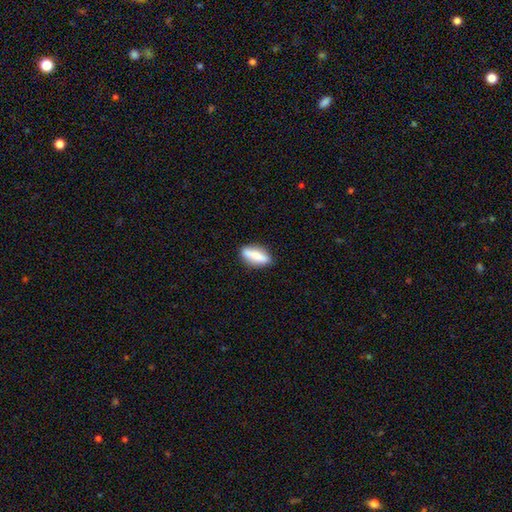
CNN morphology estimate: Smooth or featured? smooth (68%)
How rounded? in between (58%)
Merging? none (86%)